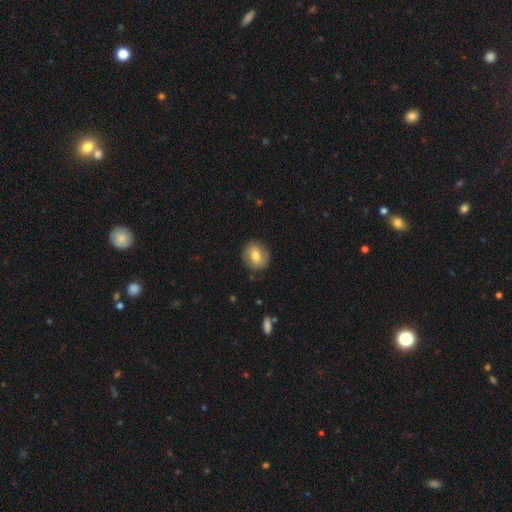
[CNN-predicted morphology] smooth_or_featured: smooth (p=0.71) [alt: featured or disk p=0.21]
how_rounded: round (p=0.79) [alt: in between p=0.20]
merging: none (p=0.87) [alt: minor disturbance p=0.09]